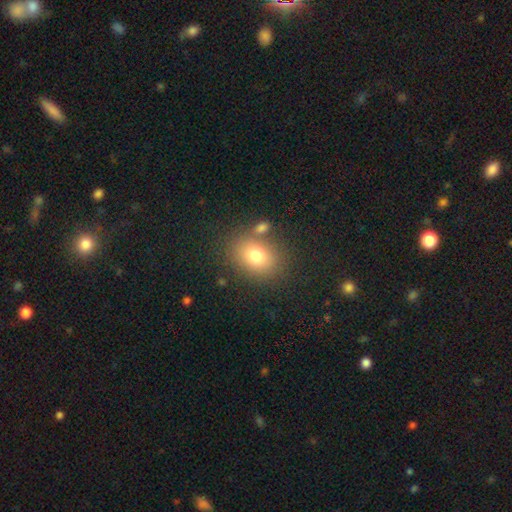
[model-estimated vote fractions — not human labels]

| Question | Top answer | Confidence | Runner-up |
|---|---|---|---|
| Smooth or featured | smooth | 77% | featured or disk (12%) |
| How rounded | in between | 57% | round (42%) |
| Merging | none | 71% | minor disturbance (12%) |